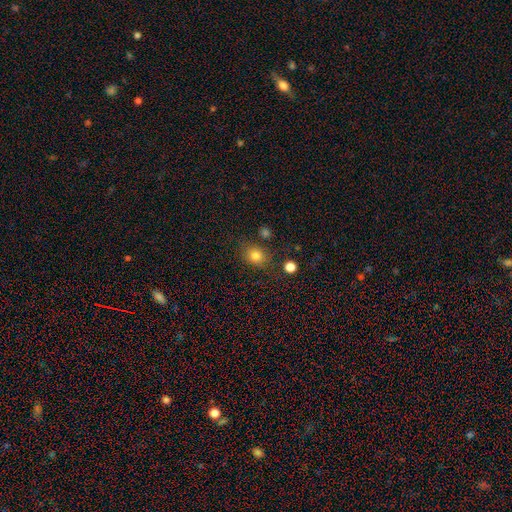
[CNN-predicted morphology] Overall: smooth (81%). How rounded: round (60%; in between 39%). Merging: none (75%).